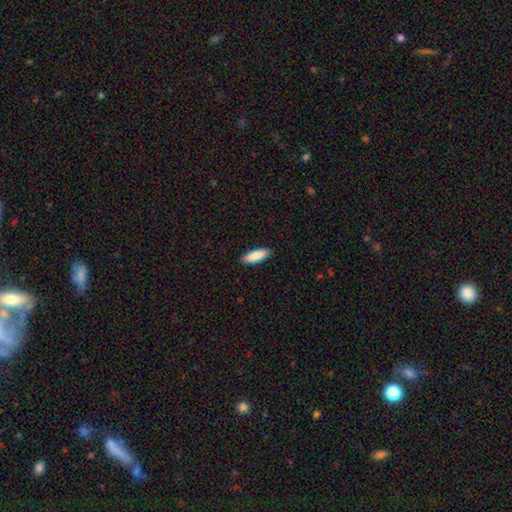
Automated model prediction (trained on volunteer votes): smooth 89%, featured or disk 5%, star or artifact 5%. Down the decision tree: how rounded — in between (59%); merging — none (90%).